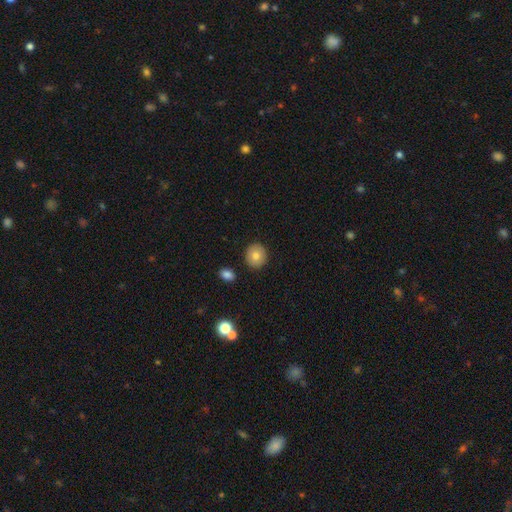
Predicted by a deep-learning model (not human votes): smooth_or_featured: smooth (p=0.81) [alt: featured or disk p=0.10]
how_rounded: round (p=0.81) [alt: in between p=0.18]
merging: none (p=0.89) [alt: minor disturbance p=0.07]